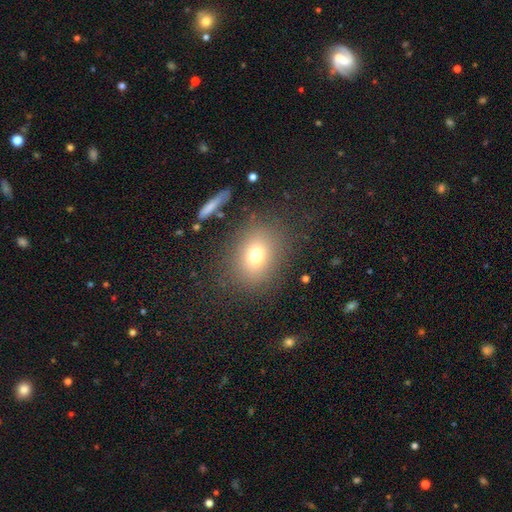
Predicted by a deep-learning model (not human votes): A smooth galaxy with no disk features (72%) that is round (52%).

Vote fractions:
- Smooth or featured? smooth: 72% / star or artifact: 15% / featured or disk: 13%
- How rounded? round: 52% / in between: 47% / cigar-shaped: 1%
- Merging? none: 81% / minor disturbance: 10% / major disturbance: 6% / merger: 3%